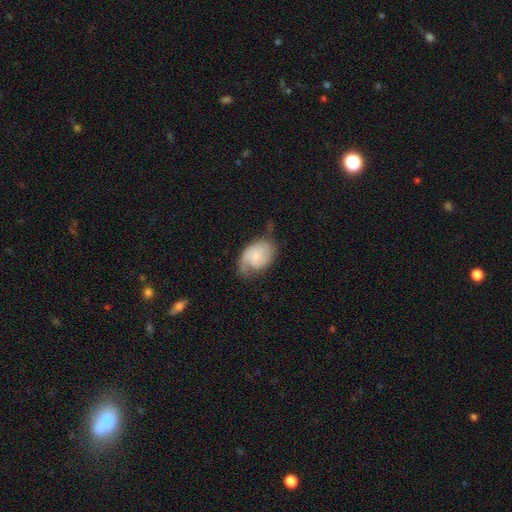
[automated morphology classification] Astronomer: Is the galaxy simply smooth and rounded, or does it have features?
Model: featured or disk — 62%.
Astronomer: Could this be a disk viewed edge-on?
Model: no — 97%.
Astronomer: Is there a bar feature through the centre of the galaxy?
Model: no — 67%.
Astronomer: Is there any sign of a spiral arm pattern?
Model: yes — 90%.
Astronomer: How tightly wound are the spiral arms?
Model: medium — 42% (runner-up: tight, 33%).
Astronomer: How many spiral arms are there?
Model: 2 — 51% (runner-up: 1, 29%).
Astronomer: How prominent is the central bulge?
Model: small — 62%.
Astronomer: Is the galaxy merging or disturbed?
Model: none — 49% (runner-up: minor disturbance, 31%).